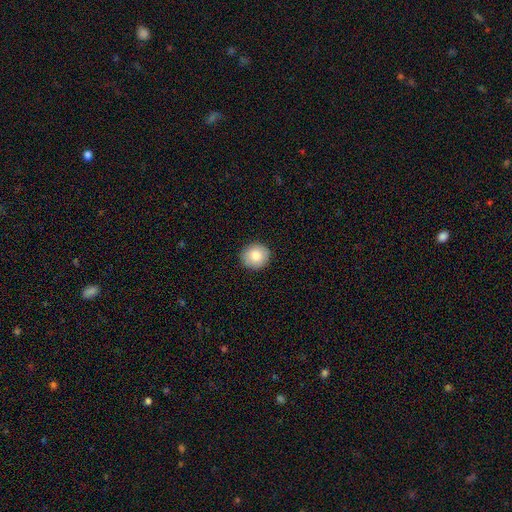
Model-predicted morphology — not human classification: This is clearly a smooth galaxy (84%). How rounded: clearly round (89%). Merging: clearly none (91%).